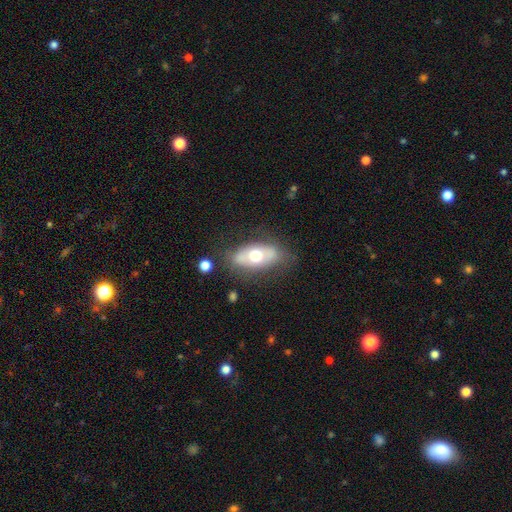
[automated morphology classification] smooth_or_featured: smooth (p=0.52) [alt: featured or disk p=0.42]
how_rounded: in between (p=0.87) [alt: cigar-shaped p=0.08]
merging: none (p=0.73) [alt: minor disturbance p=0.18]